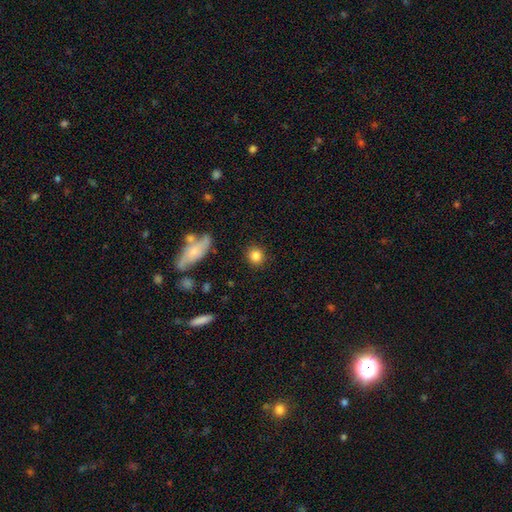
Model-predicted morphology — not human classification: A smooth galaxy with no disk features (84%) that is round (86%). Merging: none (88%).